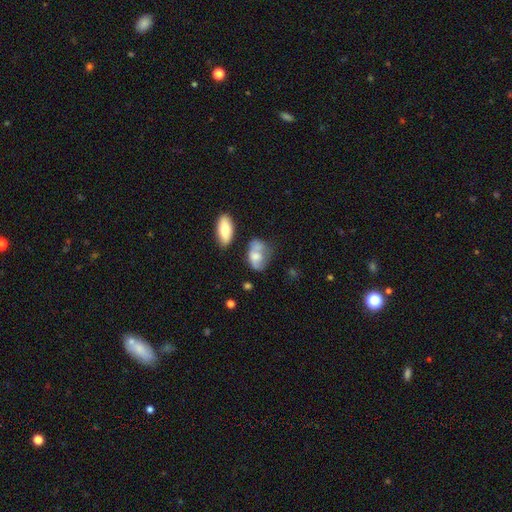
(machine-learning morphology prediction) Q: Smooth or featured?
A: smooth (60%); runner-up: featured or disk (32%)
Q: How rounded?
A: in between (79%); runner-up: round (19%)
Q: Merging?
A: none (35%); runner-up: minor disturbance (30%)